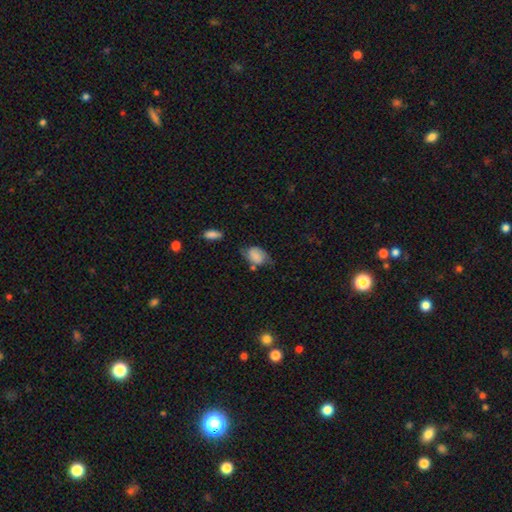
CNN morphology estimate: A smooth galaxy with no disk features (64%) that is in between round and cigar-shaped (80%).

Vote fractions:
- Smooth or featured? smooth: 64% / featured or disk: 27% / star or artifact: 9%
- How rounded? in between: 80% / round: 19% / cigar-shaped: 2%
- Merging? none: 44% / minor disturbance: 34% / major disturbance: 14% / merger: 9%